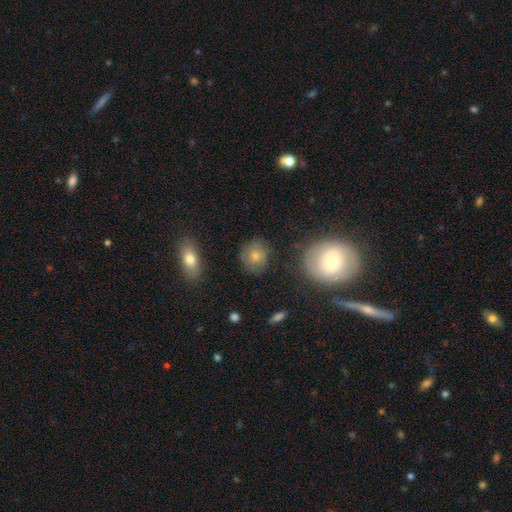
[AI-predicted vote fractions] Overall: smooth (72%). How rounded: round (80%). Merging: none (75%).